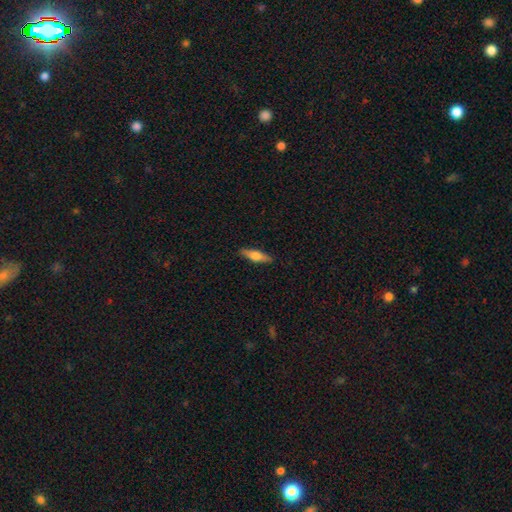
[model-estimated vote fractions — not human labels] smooth-or-featured: smooth: 53% | featured or disk: 41% | star or artifact: 6%
  how-rounded: cigar-shaped: 60% | in between: 38% | round: 3%
  merging: none: 89% | minor disturbance: 8% | major disturbance: 2% | merger: 1%